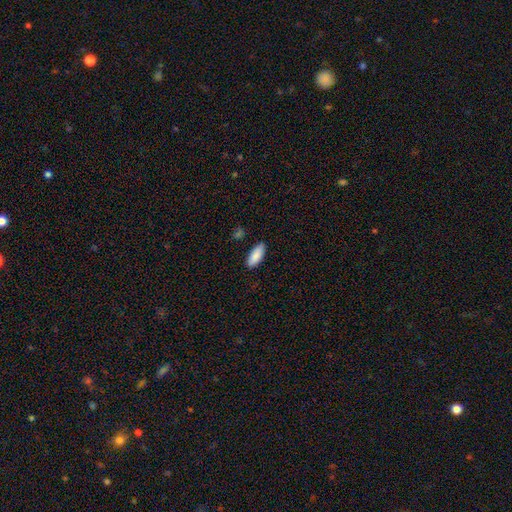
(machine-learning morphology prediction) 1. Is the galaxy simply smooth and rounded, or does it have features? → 89% smooth, 6% star or artifact, 5% featured or disk.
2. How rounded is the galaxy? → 81% in between, 17% cigar-shaped, 2% round.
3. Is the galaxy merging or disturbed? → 86% none, 10% minor disturbance, 2% major disturbance, 2% merger.